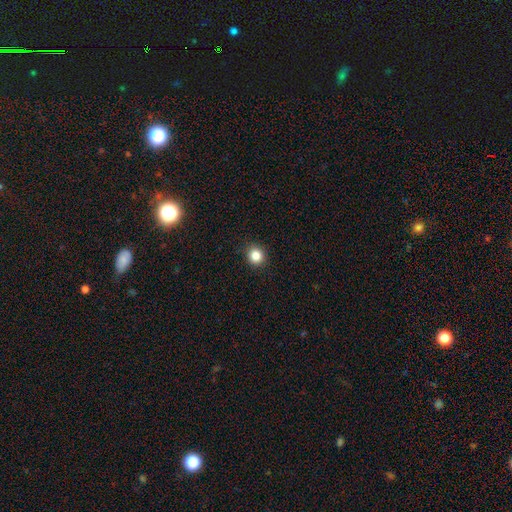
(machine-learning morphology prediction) type=smooth (84%); roundness=round (88%); merging=none (91%).